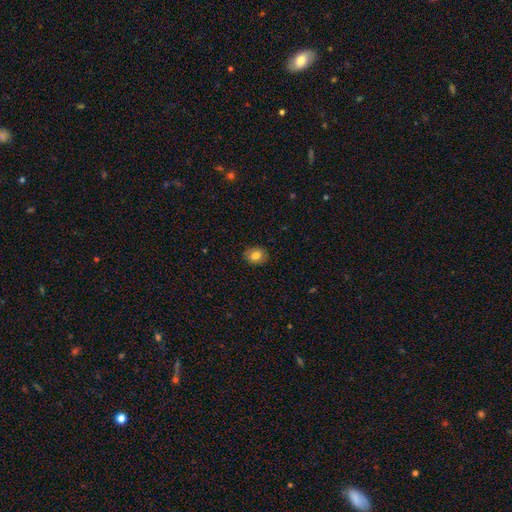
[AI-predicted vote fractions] smooth 80%, featured or disk 11%, star or artifact 9%. Down the decision tree: how rounded — in between (54%); merging — none (87%).